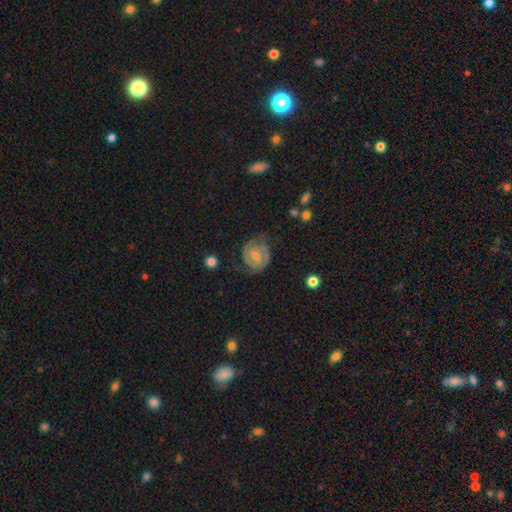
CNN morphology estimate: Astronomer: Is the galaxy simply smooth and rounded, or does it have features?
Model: featured or disk — 79%.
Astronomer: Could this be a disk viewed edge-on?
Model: no — 98%.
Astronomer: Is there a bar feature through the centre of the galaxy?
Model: no — 48% (runner-up: weak, 42%).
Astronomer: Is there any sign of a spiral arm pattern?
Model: yes — 95%.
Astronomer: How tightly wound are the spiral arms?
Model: tight — 59%.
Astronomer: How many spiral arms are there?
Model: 2 — 73%.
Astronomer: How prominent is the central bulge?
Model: small — 49% (runner-up: moderate, 45%).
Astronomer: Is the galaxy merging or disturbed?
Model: none — 73%.